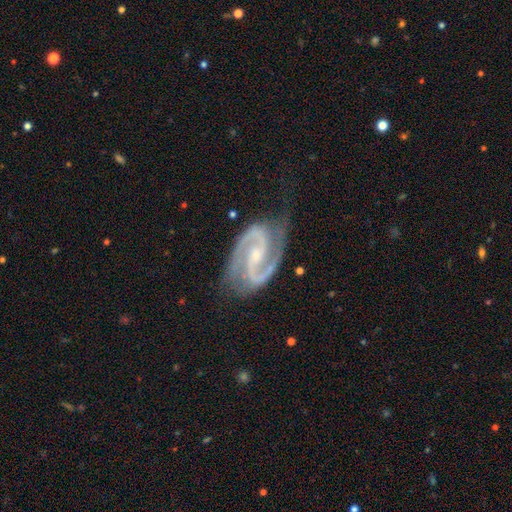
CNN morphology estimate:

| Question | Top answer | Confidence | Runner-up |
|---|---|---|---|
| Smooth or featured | featured or disk | 94% | star or artifact (4%) |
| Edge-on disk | no | 98% | yes (2%) |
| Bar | weak | 41% | no (31%) |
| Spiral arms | yes | 99% | no (1%) |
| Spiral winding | medium | 60% | tight (28%) |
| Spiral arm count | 2 | 94% | 3 (1%) |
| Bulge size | small | 60% | moderate (32%) |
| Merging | none | 72% | minor disturbance (19%) |